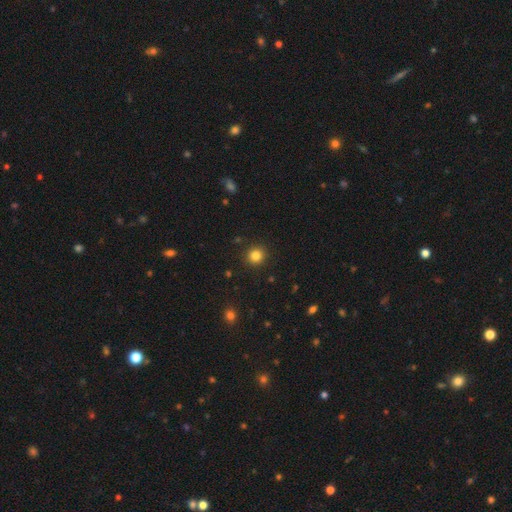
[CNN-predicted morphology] This appears to be a smooth galaxy with no disk features (83%) that is round (92%). Merging: none (91%).